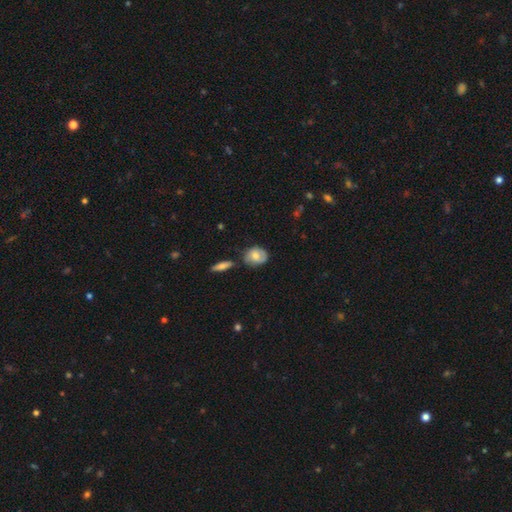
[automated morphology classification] smooth_or_featured: smooth (p=0.69) [alt: featured or disk p=0.25]
how_rounded: round (p=0.52) [alt: in between p=0.46]
merging: none (p=0.61) [alt: minor disturbance p=0.25]